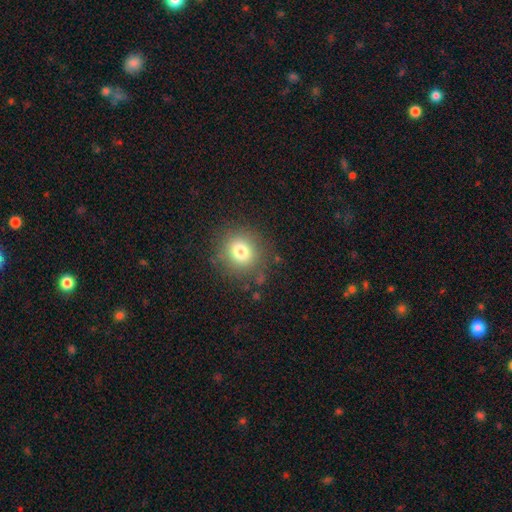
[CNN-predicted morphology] smooth 77%, star or artifact 15%, featured or disk 8%. Down the decision tree: how rounded — round (88%); merging — none (86%).